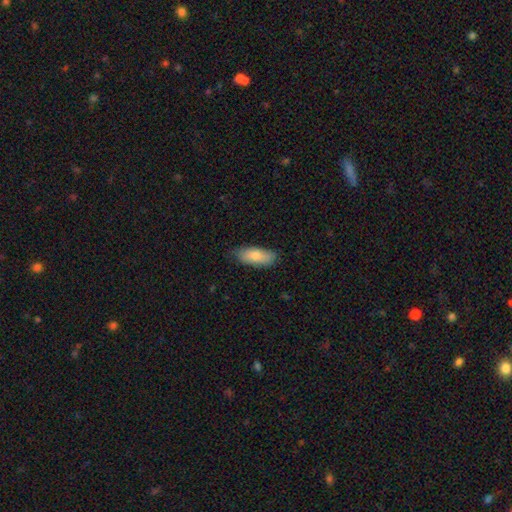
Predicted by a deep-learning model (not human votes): Smooth or featured?
  - smooth: 80% *
  - featured or disk: 14%
  - star or artifact: 6%
How rounded?
  - in between: 80% *
  - cigar-shaped: 18%
  - round: 2%
Merging?
  - none: 78% *
  - minor disturbance: 18%
  - major disturbance: 3%
  - merger: 1%